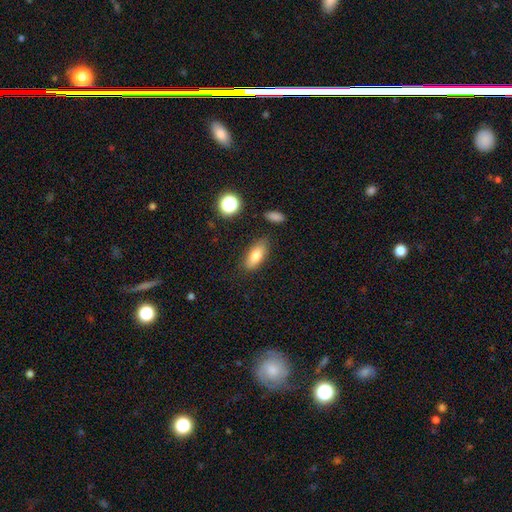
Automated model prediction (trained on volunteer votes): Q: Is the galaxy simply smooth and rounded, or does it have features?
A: smooth — 79%.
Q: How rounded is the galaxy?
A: in between — 78%.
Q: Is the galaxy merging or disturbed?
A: none — 81%.